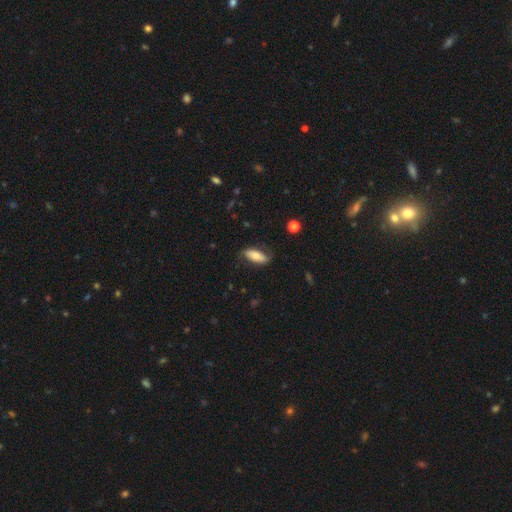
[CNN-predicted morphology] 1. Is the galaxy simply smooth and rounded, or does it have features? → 67% smooth, 27% featured or disk, 7% star or artifact.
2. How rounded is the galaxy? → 76% in between, 21% cigar-shaped, 3% round.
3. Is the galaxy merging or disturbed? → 73% none, 20% minor disturbance, 6% major disturbance, 1% merger.